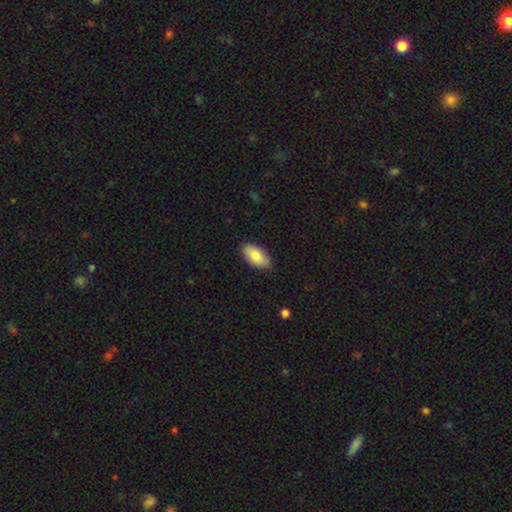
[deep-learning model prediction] smooth_or_featured: smooth (p=0.83) [alt: featured or disk p=0.12]
how_rounded: in between (p=0.94) [alt: cigar-shaped p=0.04]
merging: none (p=0.83) [alt: minor disturbance p=0.14]